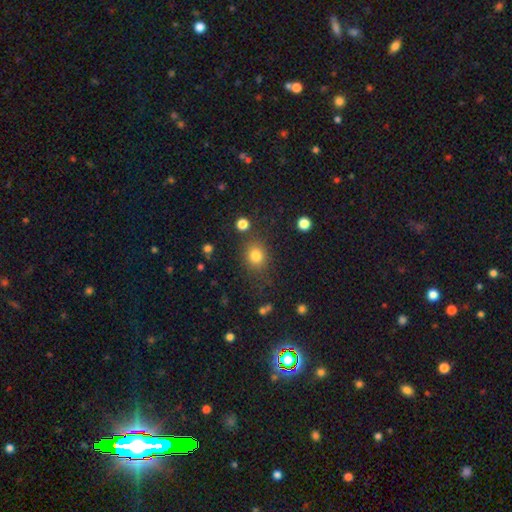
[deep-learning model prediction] A smooth galaxy with no disk features (81%) that is round (73%). Merging: none (80%).